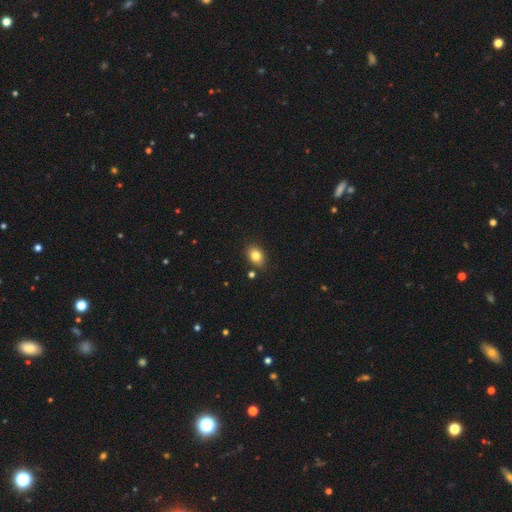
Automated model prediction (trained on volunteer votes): Smooth or featured: smooth — 82% (star or artifact — 10%)
How rounded: in between — 70% (round — 28%)
Merging: none — 84% (minor disturbance — 11%)